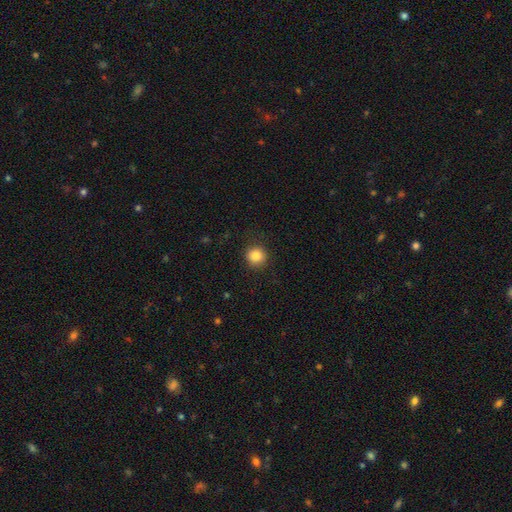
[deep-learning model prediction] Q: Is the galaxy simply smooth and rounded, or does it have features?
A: smooth — 85%.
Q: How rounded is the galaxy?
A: round — 93%.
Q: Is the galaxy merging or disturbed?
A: none — 89%.